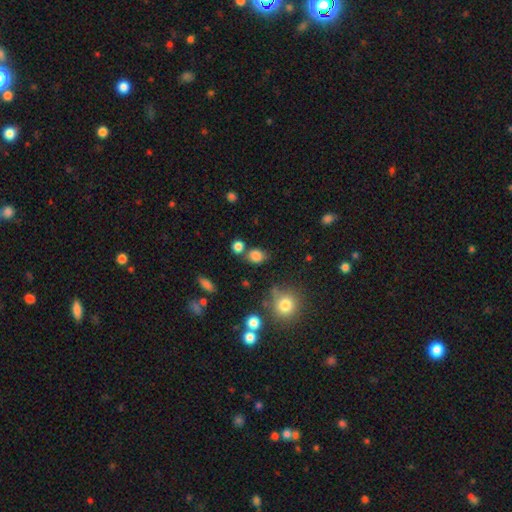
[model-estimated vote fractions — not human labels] Smooth or featured?
  - smooth: 81% *
  - star or artifact: 14%
  - featured or disk: 6%
How rounded?
  - round: 54% *
  - in between: 44%
  - cigar-shaped: 1%
Merging?
  - none: 68% *
  - minor disturbance: 14%
  - merger: 14%
  - major disturbance: 5%